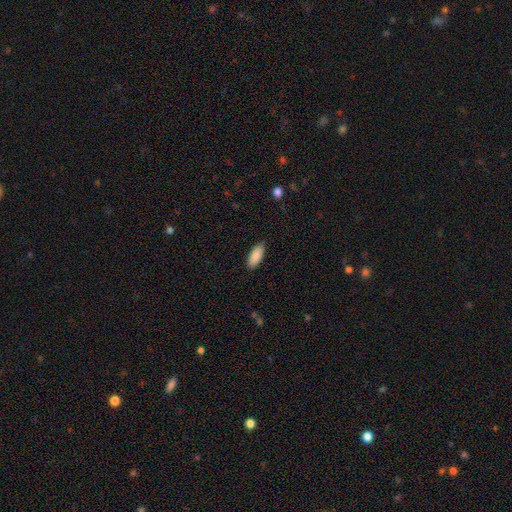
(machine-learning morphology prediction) smooth_or_featured: smooth (p=0.89) [alt: star or artifact p=0.06]
how_rounded: in between (p=0.78) [alt: cigar-shaped p=0.20]
merging: none (p=0.88) [alt: minor disturbance p=0.09]